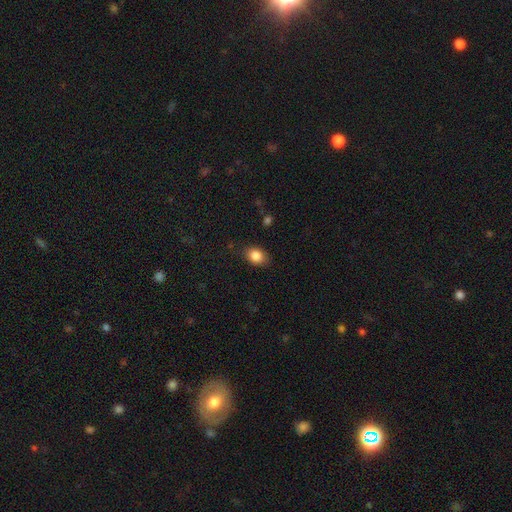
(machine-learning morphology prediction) This appears to be a smooth galaxy with no disk features (86%) that is in between round and cigar-shaped (72%). Merging: none (83%).